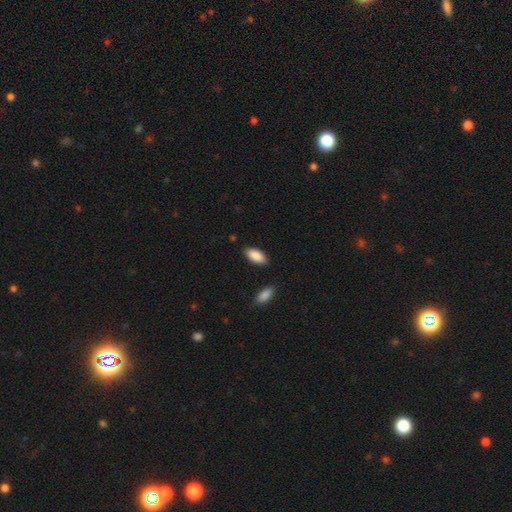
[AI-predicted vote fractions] smooth_or_featured: smooth (p=0.89) [alt: star or artifact p=0.06]
how_rounded: in between (p=0.91) [alt: cigar-shaped p=0.07]
merging: none (p=0.83) [alt: minor disturbance p=0.12]